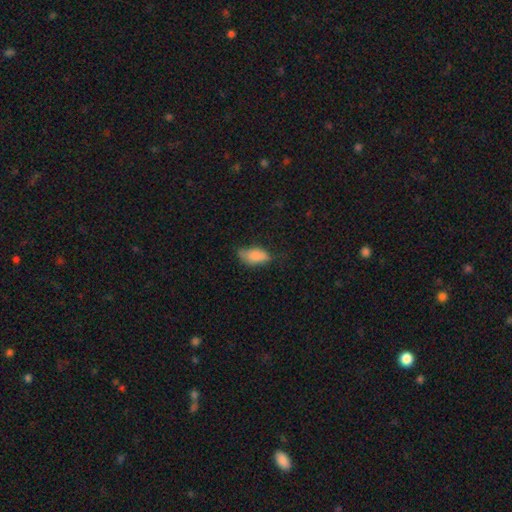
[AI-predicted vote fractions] Q: Smooth or featured?
A: smooth (83%); runner-up: featured or disk (10%)
Q: How rounded?
A: in between (90%); runner-up: cigar-shaped (7%)
Q: Merging?
A: none (53%); runner-up: minor disturbance (35%)